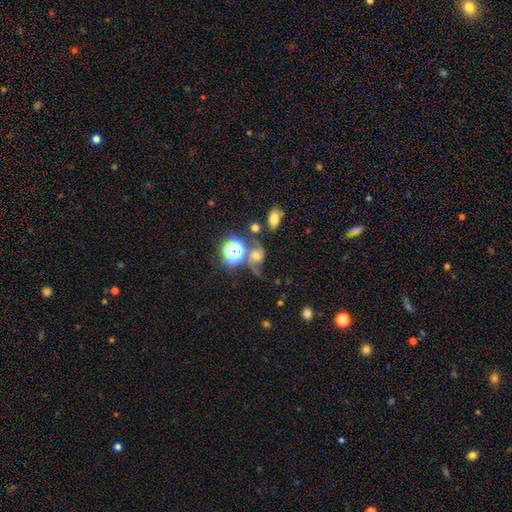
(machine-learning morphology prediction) featured or disk 48%, smooth 26%, star or artifact 26%. Down the decision tree: merging — none (40%).